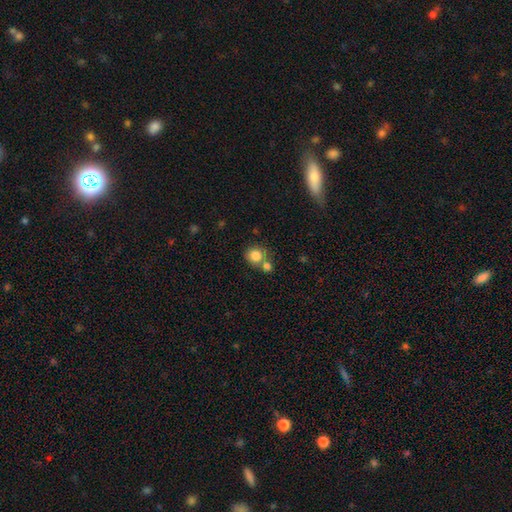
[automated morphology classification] This appears to be a smooth galaxy with no disk features (82%) that is round (86%). Merging: none (52%).